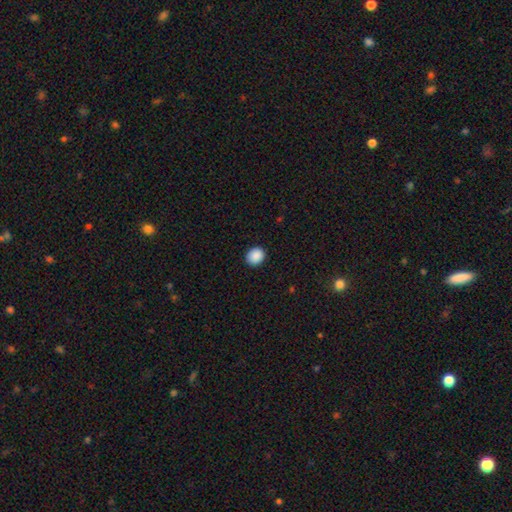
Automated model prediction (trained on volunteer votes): smooth-or-featured: smooth: 89% | star or artifact: 8% | featured or disk: 2%
  how-rounded: round: 72% | in between: 27% | cigar-shaped: 1%
  merging: none: 91% | minor disturbance: 6% | major disturbance: 2% | merger: 1%